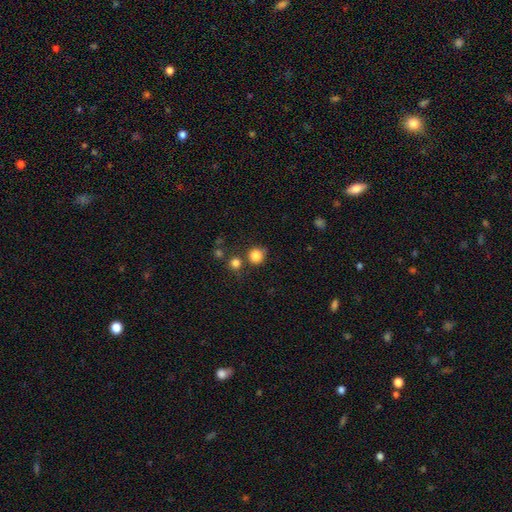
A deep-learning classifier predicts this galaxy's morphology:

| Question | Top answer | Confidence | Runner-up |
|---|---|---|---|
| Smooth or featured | smooth | 84% | star or artifact (11%) |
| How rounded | round | 91% | in between (8%) |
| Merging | none | 69% | merger (14%) |